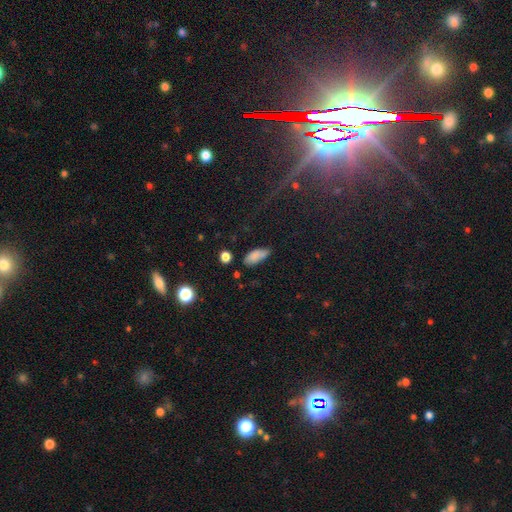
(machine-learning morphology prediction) A smooth galaxy with no disk features (82%) that is in between round and cigar-shaped (83%). Merging: none (62%).